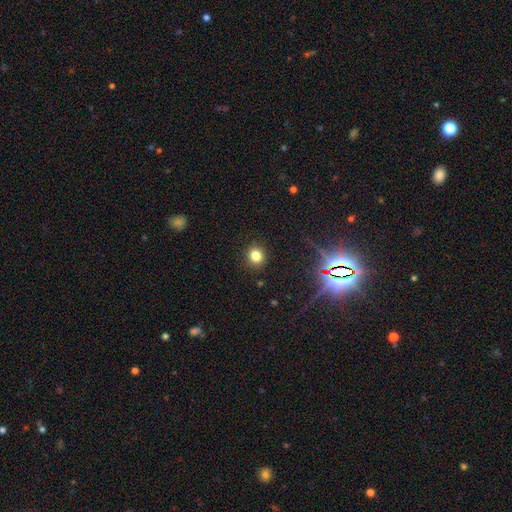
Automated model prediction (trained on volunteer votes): Smooth or featured? smooth (79%)
How rounded? round (85%)
Merging? none (90%)